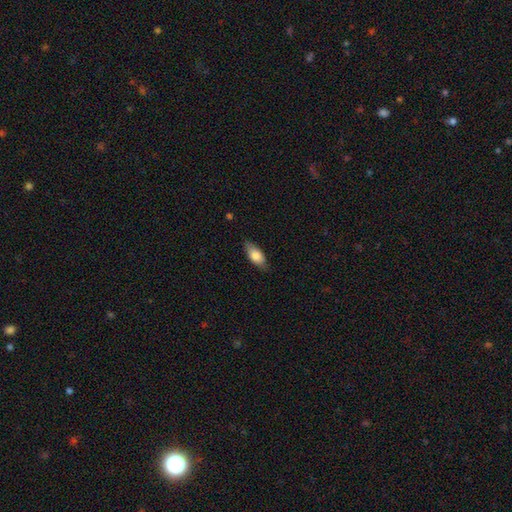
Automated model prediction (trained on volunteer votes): Q: Smooth or featured?
A: smooth (77%); runner-up: featured or disk (16%)
Q: How rounded?
A: in between (83%); runner-up: cigar-shaped (14%)
Q: Merging?
A: none (79%); runner-up: minor disturbance (17%)